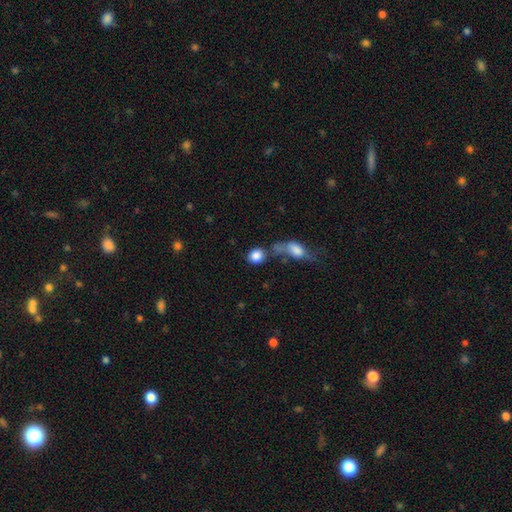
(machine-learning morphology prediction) A smooth galaxy with no disk features (86%) that is round (67%).

Vote fractions:
- Smooth or featured? smooth: 86% / star or artifact: 8% / featured or disk: 6%
- How rounded? round: 67% / in between: 31% / cigar-shaped: 2%
- Merging? none: 50% / merger: 30% / minor disturbance: 12% / major disturbance: 8%